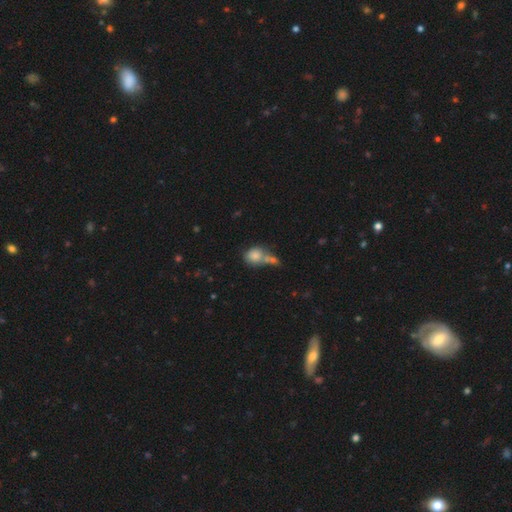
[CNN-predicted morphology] This is clearly a smooth galaxy (81%). How rounded: likely round (63%). Merging: possibly merger (45%).